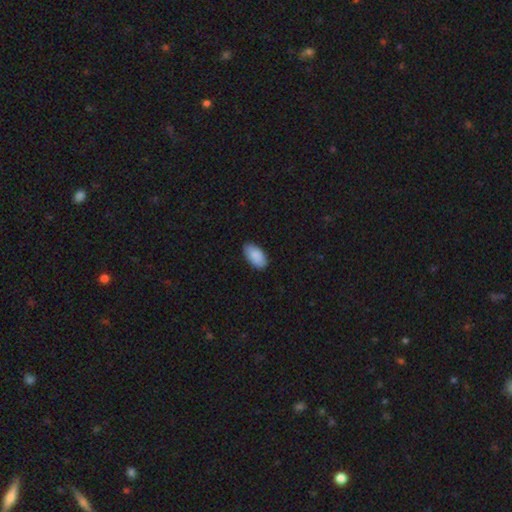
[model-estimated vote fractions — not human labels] A smooth galaxy with no disk features (90%) that is in between round and cigar-shaped (95%).

Vote fractions:
- Smooth or featured? smooth: 90% / star or artifact: 6% / featured or disk: 4%
- How rounded? in between: 95% / round: 2% / cigar-shaped: 2%
- Merging? none: 86% / minor disturbance: 11% / major disturbance: 2% / merger: 1%